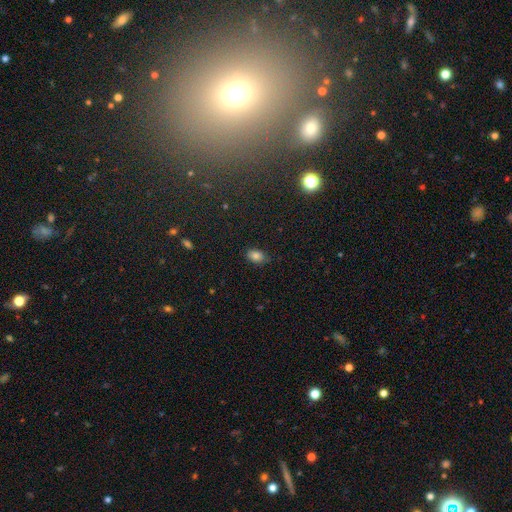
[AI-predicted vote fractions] This appears to be a smooth galaxy with no disk features (83%) that is in between round and cigar-shaped (87%). Merging: none (77%).